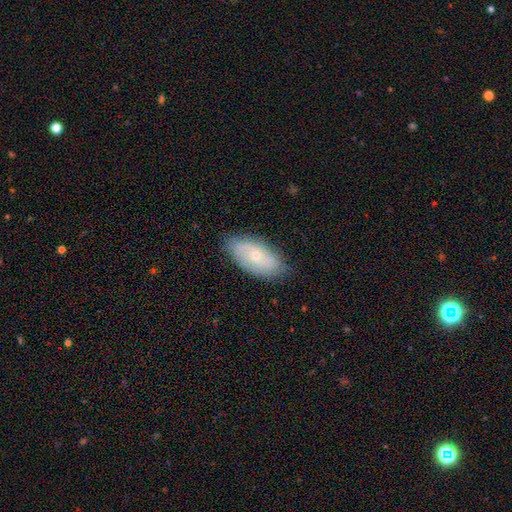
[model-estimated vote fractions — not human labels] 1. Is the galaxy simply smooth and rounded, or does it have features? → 53% featured or disk, 39% smooth, 7% star or artifact.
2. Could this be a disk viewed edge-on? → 91% no, 9% yes.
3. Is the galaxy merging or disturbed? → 81% none, 15% minor disturbance, 3% major disturbance, 1% merger.